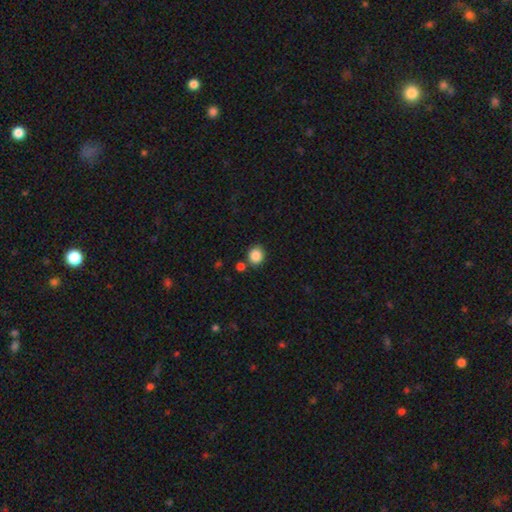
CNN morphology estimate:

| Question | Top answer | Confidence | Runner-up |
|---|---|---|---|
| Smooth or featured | smooth | 87% | star or artifact (9%) |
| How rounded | round | 83% | in between (17%) |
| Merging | none | 79% | merger (10%) |